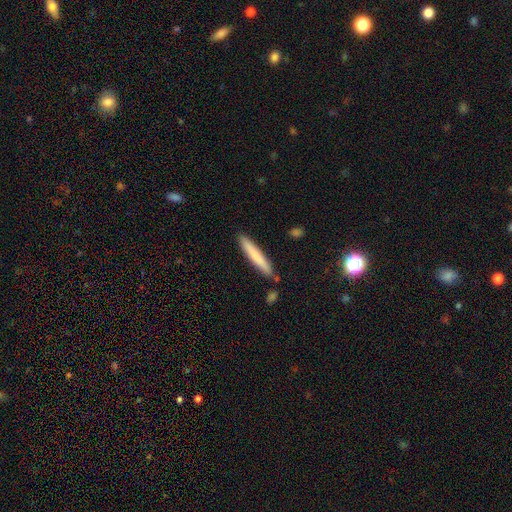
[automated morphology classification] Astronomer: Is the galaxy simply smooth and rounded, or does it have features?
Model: smooth — 75%.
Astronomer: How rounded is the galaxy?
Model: cigar-shaped — 95%.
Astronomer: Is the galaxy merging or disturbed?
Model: none — 85%.